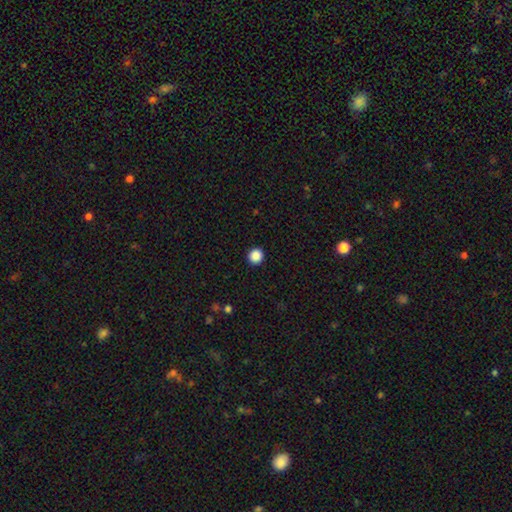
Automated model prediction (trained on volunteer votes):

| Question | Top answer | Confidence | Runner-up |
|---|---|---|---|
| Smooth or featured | smooth | 88% | star or artifact (10%) |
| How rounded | round | 94% | in between (5%) |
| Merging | none | 93% | minor disturbance (4%) |